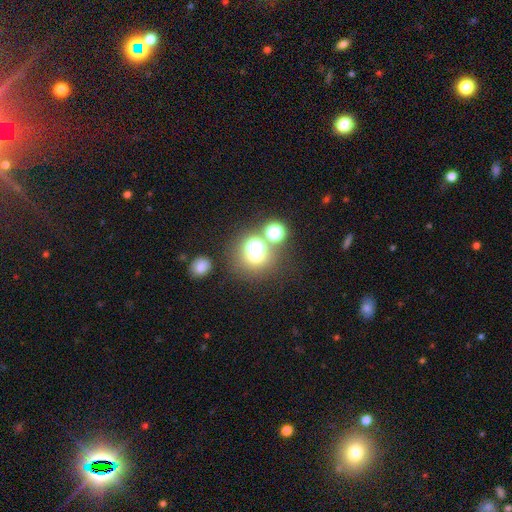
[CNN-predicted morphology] A smooth galaxy with no disk features (52%) that is round (81%). Merging: none (57%).